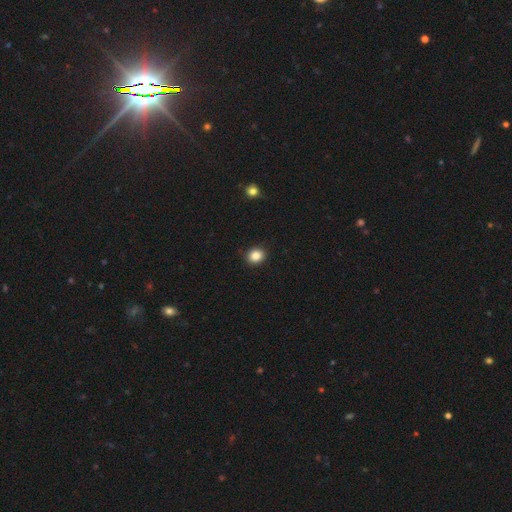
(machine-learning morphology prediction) A smooth galaxy with no disk features (86%) that is round (62%).

Vote fractions:
- Smooth or featured? smooth: 86% / star or artifact: 10% / featured or disk: 4%
- How rounded? round: 62% / in between: 38% / cigar-shaped: 1%
- Merging? none: 90% / minor disturbance: 7% / major disturbance: 2% / merger: 1%